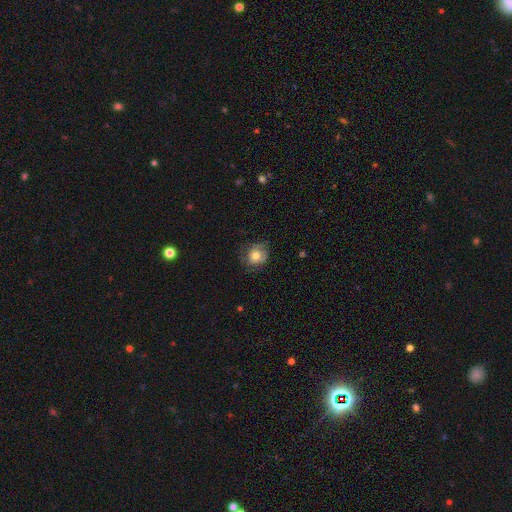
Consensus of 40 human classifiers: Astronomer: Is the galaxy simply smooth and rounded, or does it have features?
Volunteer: smooth — 70%.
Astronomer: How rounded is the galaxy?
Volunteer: round — 82%.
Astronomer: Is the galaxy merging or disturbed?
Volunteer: none — 69%.